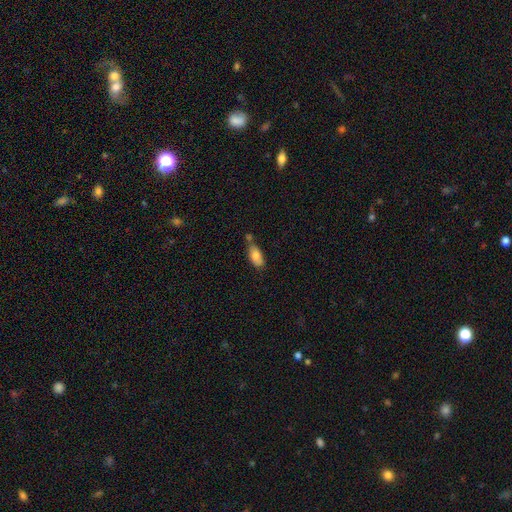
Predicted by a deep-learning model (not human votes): Overall: smooth (79%). How rounded: in between (86%). Merging: none (54%; merger 20%).